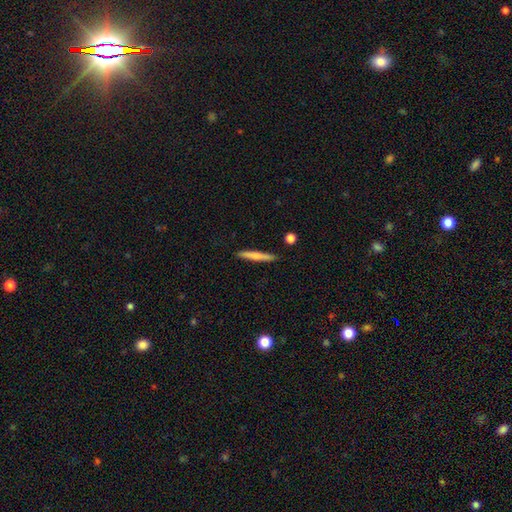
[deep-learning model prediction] A smooth galaxy with no disk features (68%) that is cigar-shaped (95%). Merging: none (89%).